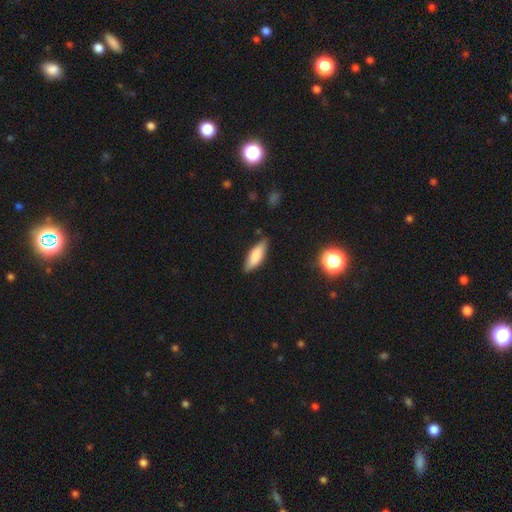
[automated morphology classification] This is likely a smooth galaxy (79%). How rounded: possibly in between (58%). Merging: clearly none (80%).